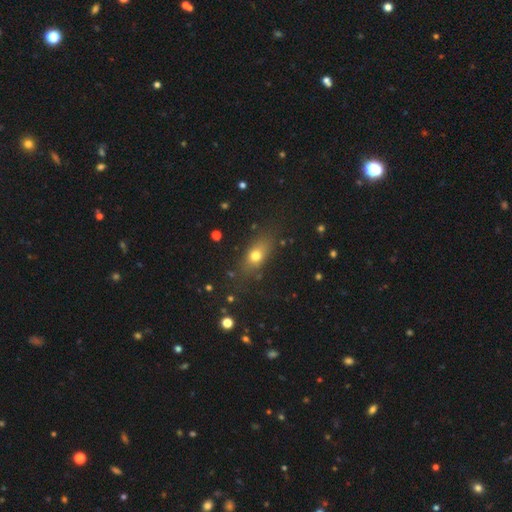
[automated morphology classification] A smooth galaxy with no disk features (72%) that is in between round and cigar-shaped (64%). Merging: none (76%).